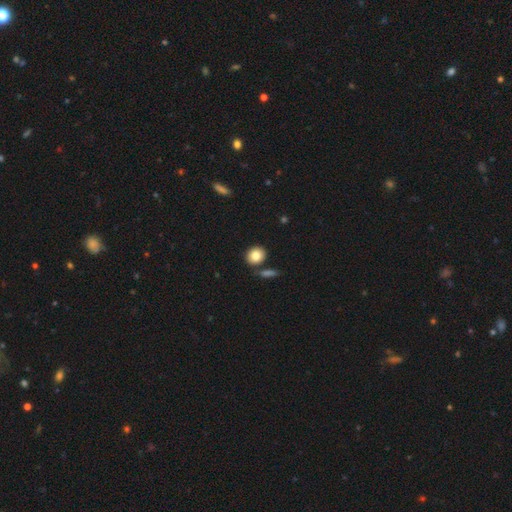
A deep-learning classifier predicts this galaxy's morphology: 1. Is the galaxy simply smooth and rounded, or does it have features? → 82% smooth, 9% featured or disk, 9% star or artifact.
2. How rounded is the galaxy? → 73% round, 26% in between, 1% cigar-shaped.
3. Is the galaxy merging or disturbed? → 78% none, 10% merger, 9% minor disturbance, 3% major disturbance.